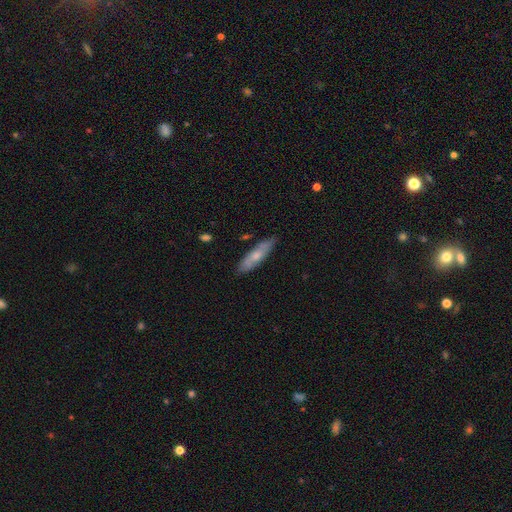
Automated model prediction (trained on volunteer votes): This is possibly a smooth galaxy (54%). How rounded: likely cigar-shaped (67%). Merging: clearly none (81%).